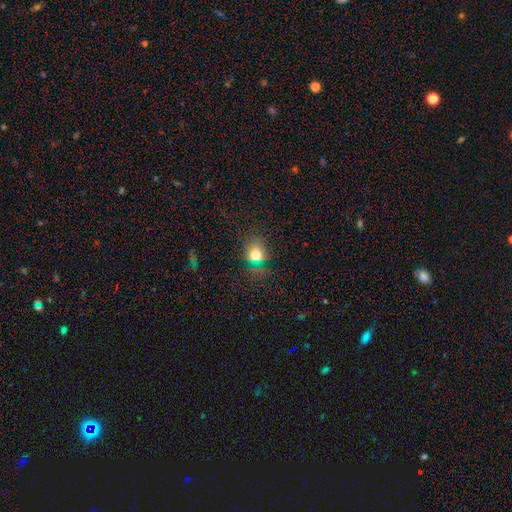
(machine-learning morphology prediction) smooth 72%, star or artifact 20%, featured or disk 9%. Down the decision tree: how rounded — round (63%); merging — none (71%).